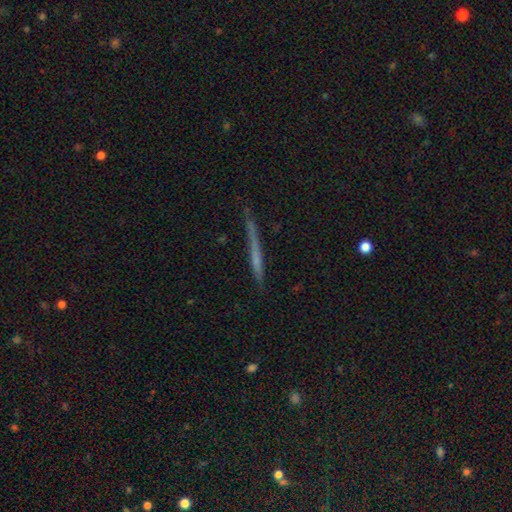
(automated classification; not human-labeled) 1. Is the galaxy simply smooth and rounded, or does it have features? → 46% smooth (tied), 46% featured or disk (tied), 8% star or artifact.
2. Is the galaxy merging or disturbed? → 79% none, 16% minor disturbance, 4% major disturbance, 2% merger.